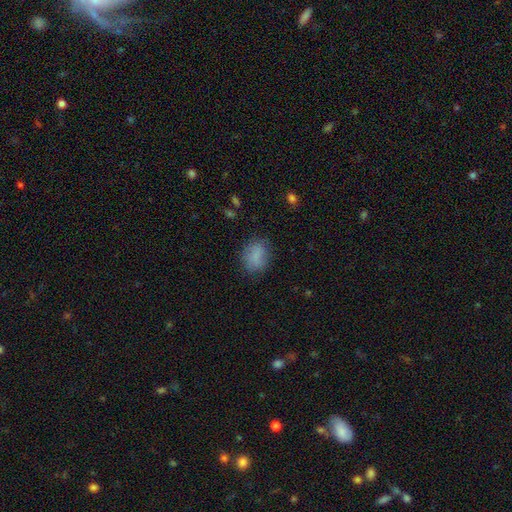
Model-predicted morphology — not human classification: This appears to be a smooth galaxy with no disk features (81%) that is in between round and cigar-shaped (61%). Merging: none (76%).